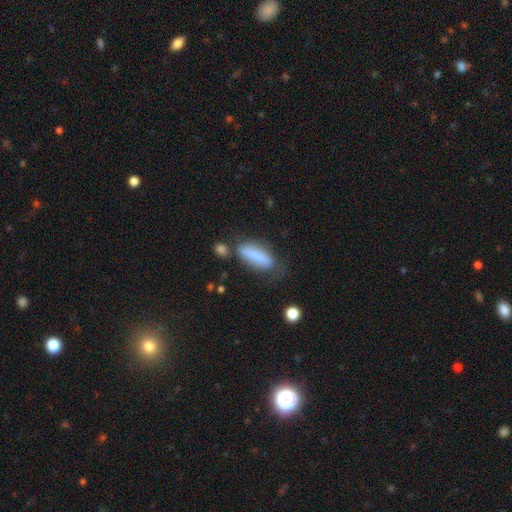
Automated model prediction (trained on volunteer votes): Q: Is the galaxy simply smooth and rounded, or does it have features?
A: smooth — 79%.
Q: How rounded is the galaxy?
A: cigar-shaped — 52%.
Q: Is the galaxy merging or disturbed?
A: none — 52%.